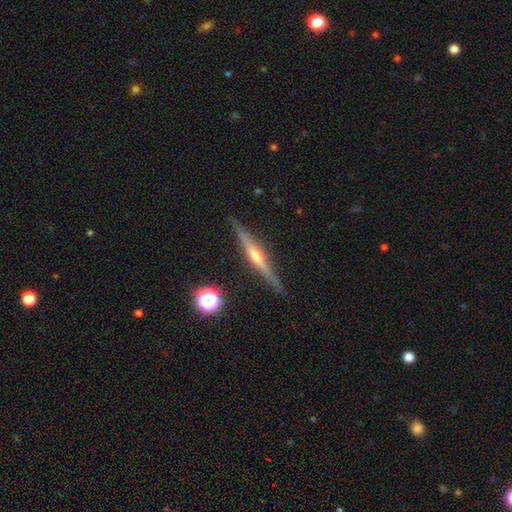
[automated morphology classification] Q: Smooth or featured?
A: featured or disk (76%); runner-up: smooth (16%)
Q: Edge-on disk?
A: yes (98%); runner-up: no (2%)
Q: Edge-on bulge?
A: rounded (78%); runner-up: none (12%)
Q: Merging?
A: none (89%); runner-up: minor disturbance (8%)